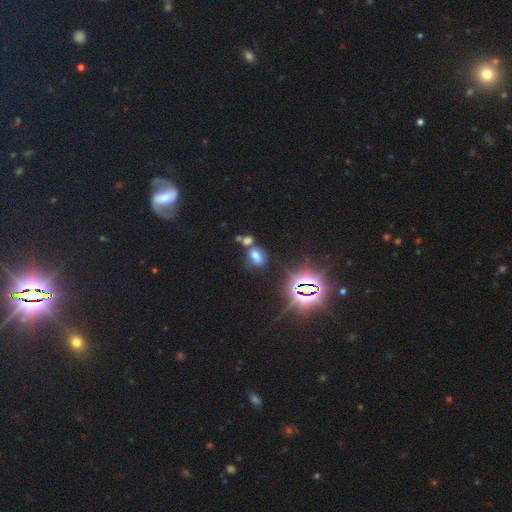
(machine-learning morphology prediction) Smooth or featured?
  - smooth: 57% *
  - star or artifact: 31%
  - featured or disk: 12%
How rounded?
  - in between: 76% *
  - round: 21%
  - cigar-shaped: 3%
Merging?
  - none: 54% *
  - merger: 29%
  - minor disturbance: 12%
  - major disturbance: 5%